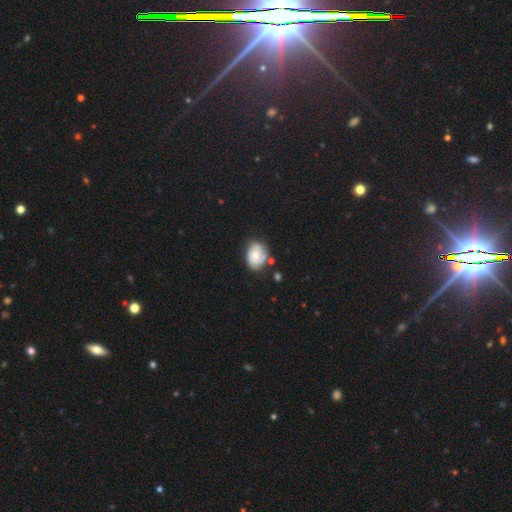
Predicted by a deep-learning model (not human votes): smooth_or_featured: smooth (p=0.51) [alt: featured or disk p=0.41]
how_rounded: in between (p=0.60) [alt: round p=0.39]
merging: none (p=0.59) [alt: minor disturbance p=0.28]